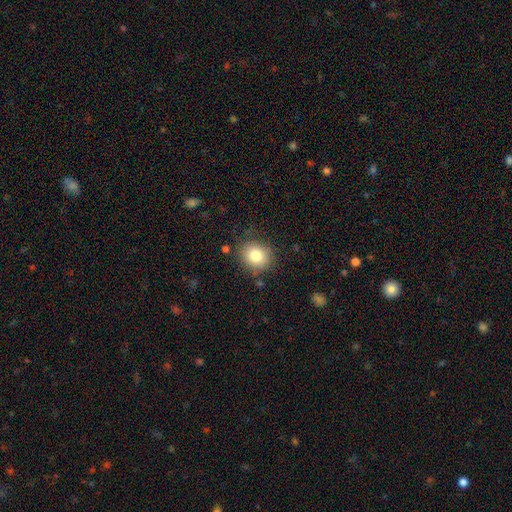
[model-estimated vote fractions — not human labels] A smooth galaxy with no disk features (81%) that is round (74%). Merging: none (81%).